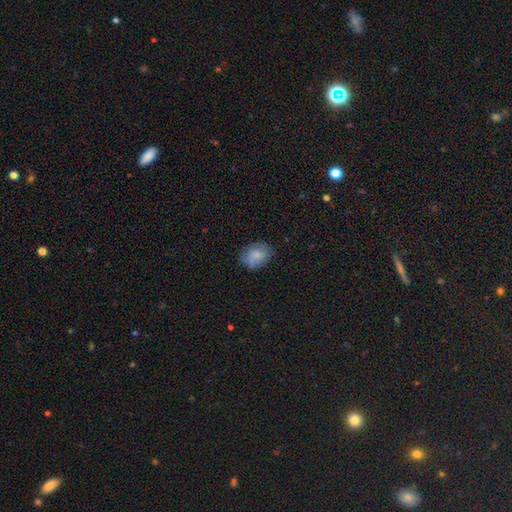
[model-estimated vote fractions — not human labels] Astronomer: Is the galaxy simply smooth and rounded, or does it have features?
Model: smooth — 69%.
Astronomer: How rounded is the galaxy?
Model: in between — 59% (runner-up: round, 40%).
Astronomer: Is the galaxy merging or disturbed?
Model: none — 67%.